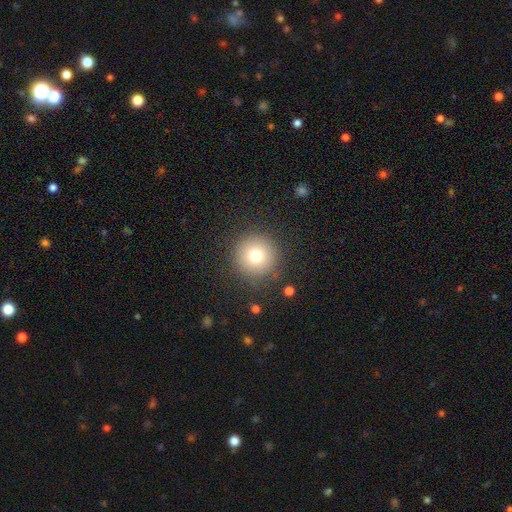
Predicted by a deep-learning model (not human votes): smooth-or-featured: smooth: 76% | star or artifact: 13% | featured or disk: 11%
  how-rounded: round: 96% | in between: 3% | cigar-shaped: 1%
  merging: none: 88% | minor disturbance: 7% | major disturbance: 3% | merger: 1%